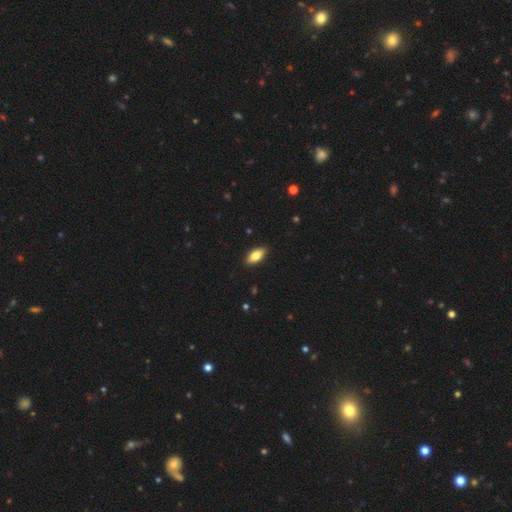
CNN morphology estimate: The model was most divided on "smooth or featured": smooth: 78%, featured or disk: 16%, star or artifact: 6%. More confident: merging — none (90%); how rounded — in between (87%).